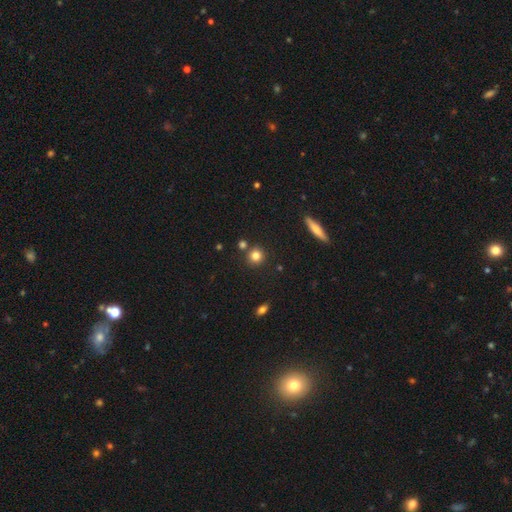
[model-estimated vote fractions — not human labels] Smooth or featured: smooth — 80% (star or artifact — 13%)
How rounded: round — 91% (in between — 7%)
Merging: none — 82% (merger — 9%)